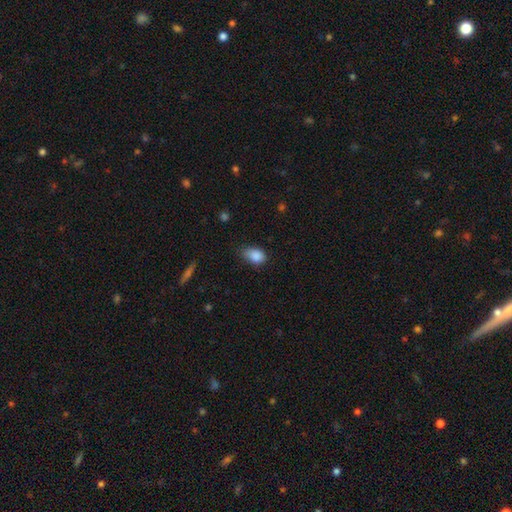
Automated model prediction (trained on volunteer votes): Q: Smooth or featured?
A: smooth (86%); runner-up: star or artifact (9%)
Q: How rounded?
A: in between (83%); runner-up: round (16%)
Q: Merging?
A: none (54%); runner-up: minor disturbance (37%)